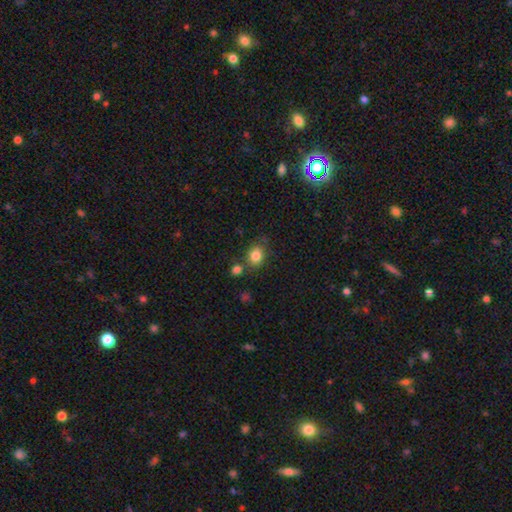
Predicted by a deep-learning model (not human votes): Overall: smooth (83%). How rounded: round (52%; in between 46%). Merging: none (65%).